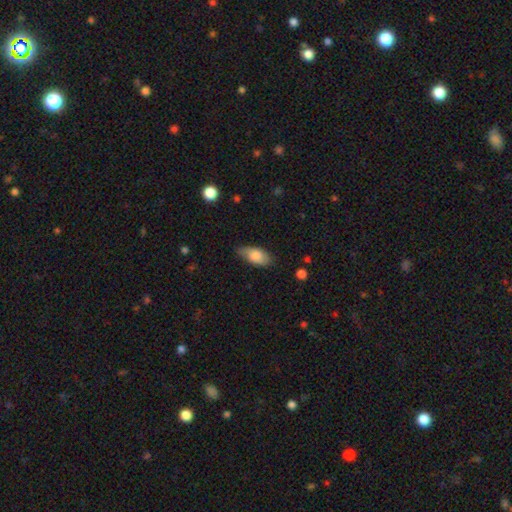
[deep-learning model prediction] smooth_or_featured: smooth (p=0.80) [alt: featured or disk p=0.14]
how_rounded: in between (p=0.90) [alt: cigar-shaped p=0.07]
merging: none (p=0.69) [alt: minor disturbance p=0.25]